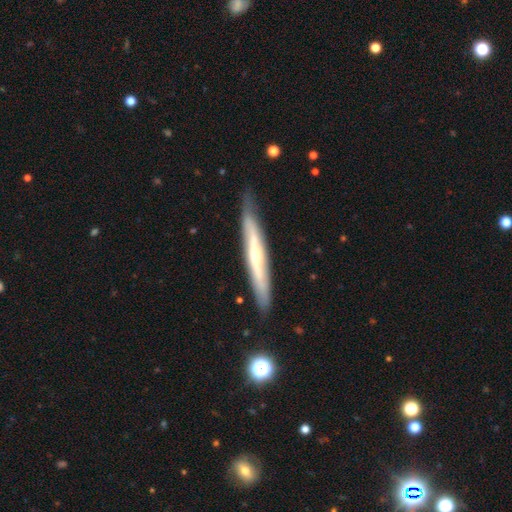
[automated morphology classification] Smooth or featured? featured or disk (63%)
Edge-on disk? yes (86%)
Edge-on bulge? rounded (66%)
Merging? none (81%)